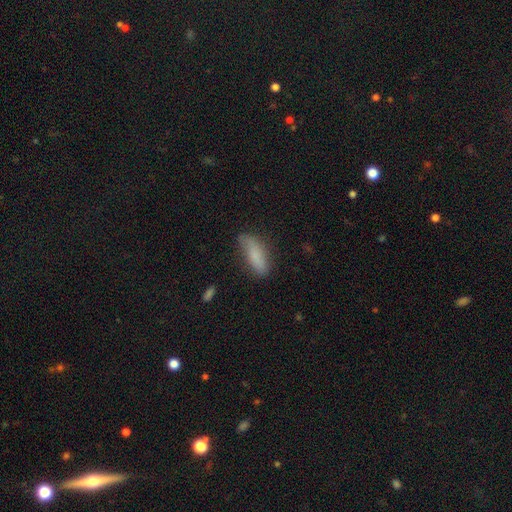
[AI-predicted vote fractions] Smooth or featured?
  - smooth: 78% *
  - featured or disk: 15%
  - star or artifact: 7%
How rounded?
  - in between: 52% *
  - cigar-shaped: 46%
  - round: 2%
Merging?
  - none: 68% *
  - minor disturbance: 24%
  - major disturbance: 6%
  - merger: 2%